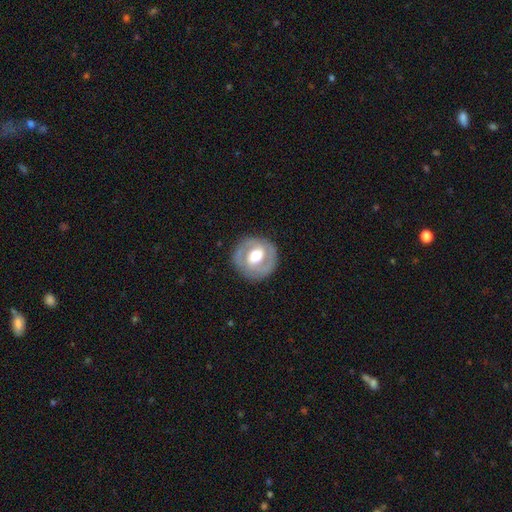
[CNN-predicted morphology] Q: Smooth or featured?
A: featured or disk (70%); runner-up: smooth (25%)
Q: Edge-on disk?
A: no (97%); runner-up: yes (3%)
Q: Bar?
A: weak (41%); runner-up: no (35%)
Q: Spiral arms?
A: yes (69%); runner-up: no (31%)
Q: Bulge size?
A: moderate (66%); runner-up: large (25%)
Q: Merging?
A: none (85%); runner-up: minor disturbance (10%)